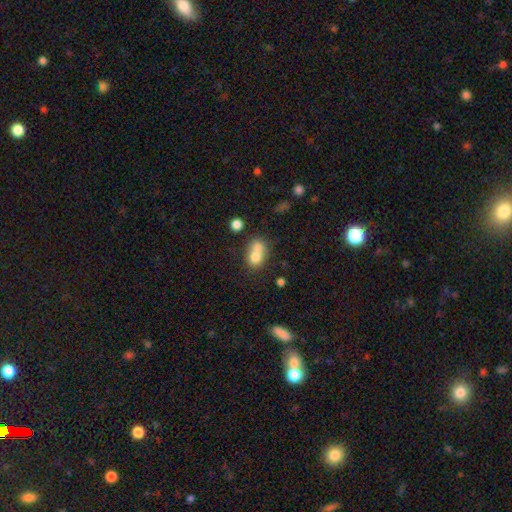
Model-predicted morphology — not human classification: type=smooth (73%); roundness=round (61%); merging=merger (63%).